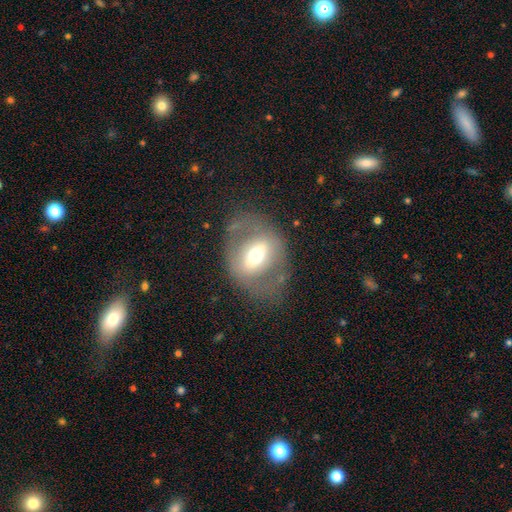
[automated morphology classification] This appears to be a featured or disk galaxy (56%). Merging: none (68%).